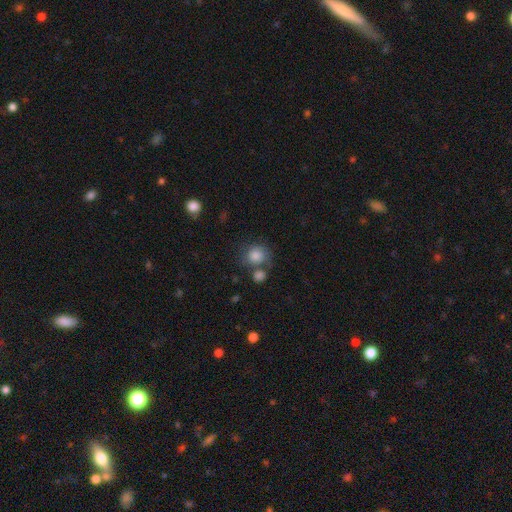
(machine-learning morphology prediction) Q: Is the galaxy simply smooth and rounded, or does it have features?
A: smooth — 82%.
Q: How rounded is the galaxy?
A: round — 79%.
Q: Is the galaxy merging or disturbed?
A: none — 52%.